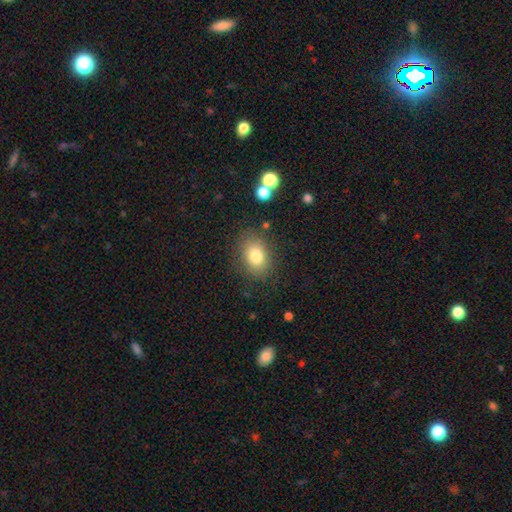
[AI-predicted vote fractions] This is clearly a smooth galaxy (80%). How rounded: likely in between (70%). Merging: clearly none (81%).